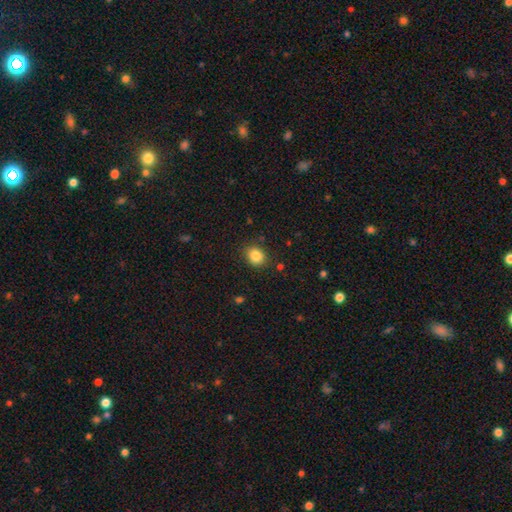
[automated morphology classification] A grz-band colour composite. It shows a smooth galaxy with no disk features (85%) that is round (67%). Merging: none (86%).